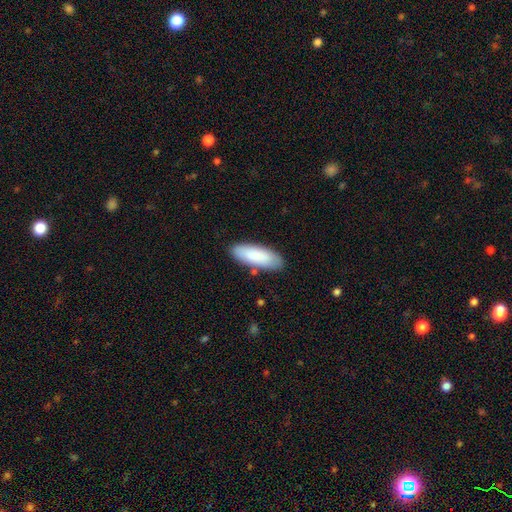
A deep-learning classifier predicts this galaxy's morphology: smooth 86%, featured or disk 8%, star or artifact 6%. Down the decision tree: how rounded — in between (65%); merging — none (84%).